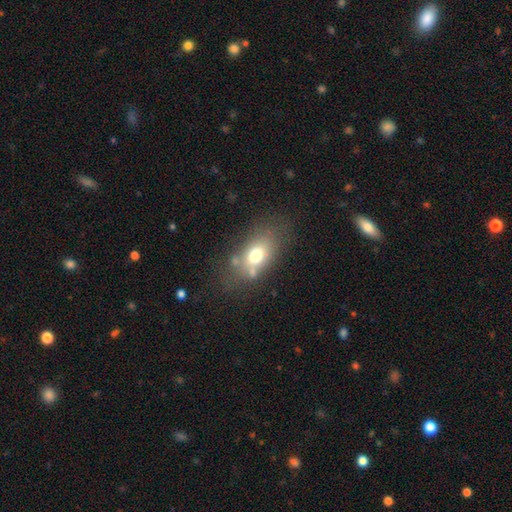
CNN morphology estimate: Overall: smooth (69%). How rounded: in between (78%). Merging: none (61%).